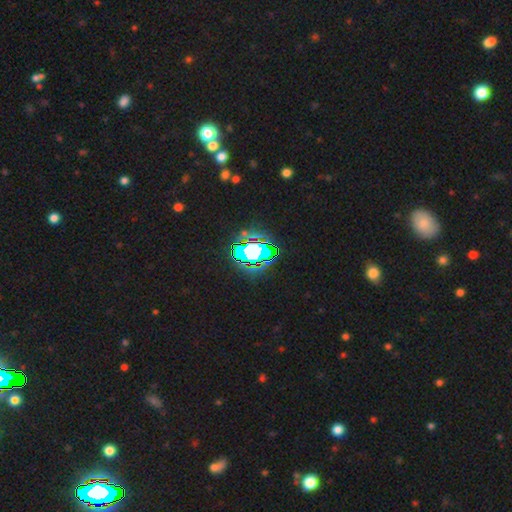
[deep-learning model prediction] Smooth or featured? Predicted: star or artifact (p=0.64).